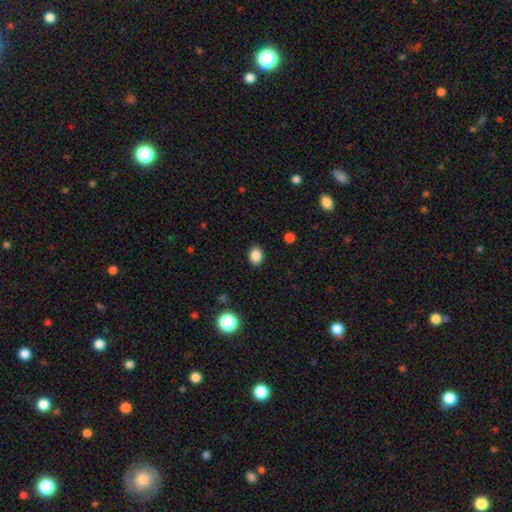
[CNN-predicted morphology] Smooth or featured? Predicted: smooth (p=0.86). How rounded? Predicted: in between (p=0.58). Merging? Predicted: none (p=0.89).